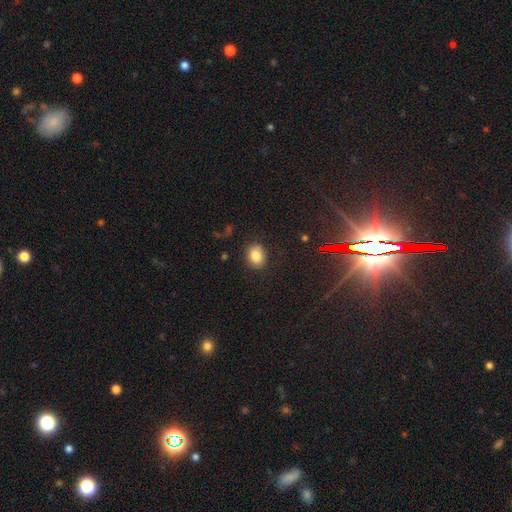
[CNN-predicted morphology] A smooth galaxy with no disk features (82%) that is in between round and cigar-shaped (52%).

Vote fractions:
- Smooth or featured? smooth: 82% / star or artifact: 10% / featured or disk: 8%
- How rounded? in between: 52% / round: 47% / cigar-shaped: 1%
- Merging? none: 85% / minor disturbance: 11% / major disturbance: 3% / merger: 1%